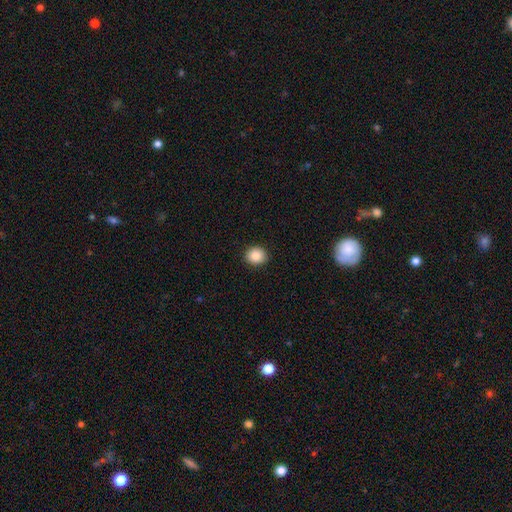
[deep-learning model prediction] This appears to be a smooth galaxy with no disk features (88%) that is round (81%). Merging: none (91%).